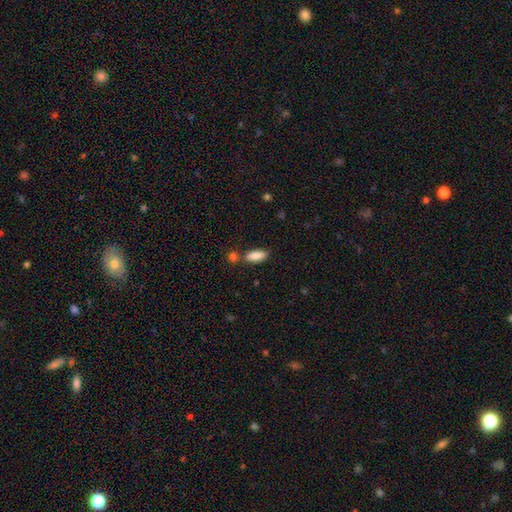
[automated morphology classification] smooth_or_featured: smooth (p=0.87) [alt: star or artifact p=0.07]
how_rounded: in between (p=0.77) [alt: cigar-shaped p=0.21]
merging: none (p=0.74) [alt: minor disturbance p=0.12]